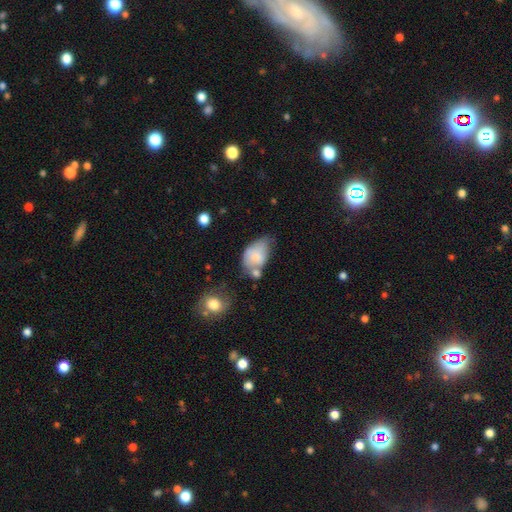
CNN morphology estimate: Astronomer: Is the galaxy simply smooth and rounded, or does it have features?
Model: smooth — 71%.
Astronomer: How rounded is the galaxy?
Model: in between — 88%.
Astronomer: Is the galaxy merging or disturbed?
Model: minor disturbance — 34% (runner-up: none, 27%).